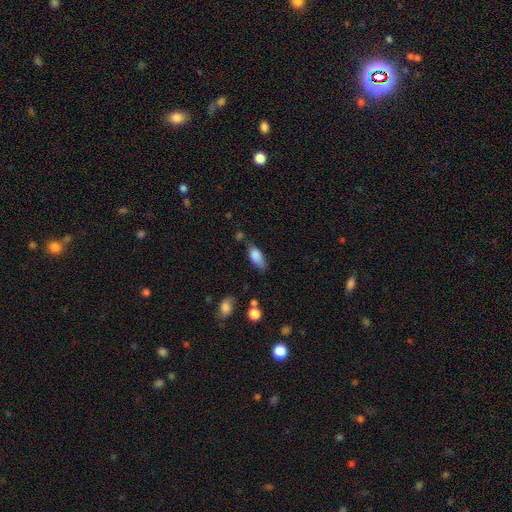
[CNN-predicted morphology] Smooth or featured? smooth (84%)
How rounded? in between (85%)
Merging? none (52%)